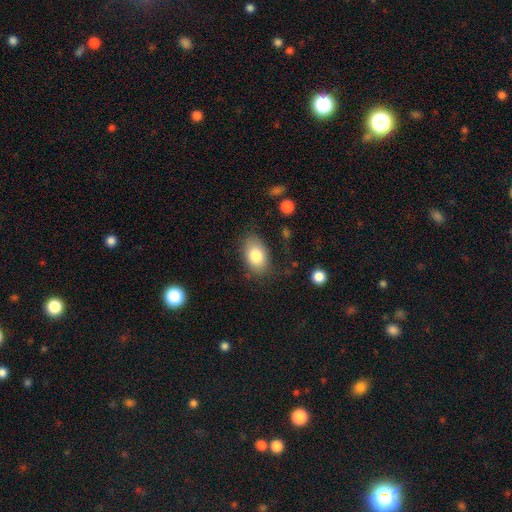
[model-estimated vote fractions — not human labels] Q: Smooth or featured?
A: smooth (81%); runner-up: featured or disk (11%)
Q: How rounded?
A: in between (86%); runner-up: round (13%)
Q: Merging?
A: none (78%); runner-up: minor disturbance (15%)